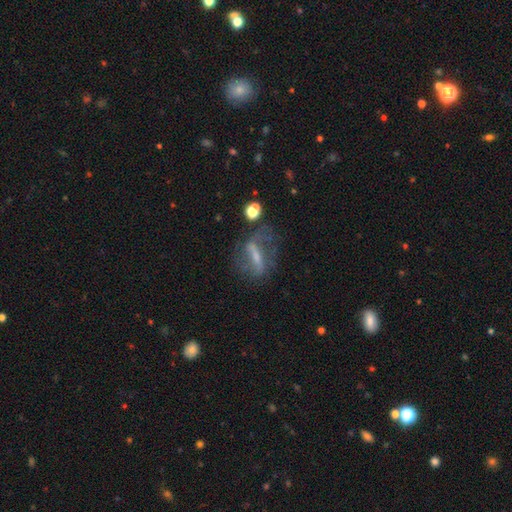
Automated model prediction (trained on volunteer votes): Q: Smooth or featured?
A: featured or disk (60%); runner-up: smooth (27%)
Q: Edge-on disk?
A: no (78%); runner-up: yes (22%)
Q: Merging?
A: none (52%); runner-up: major disturbance (23%)